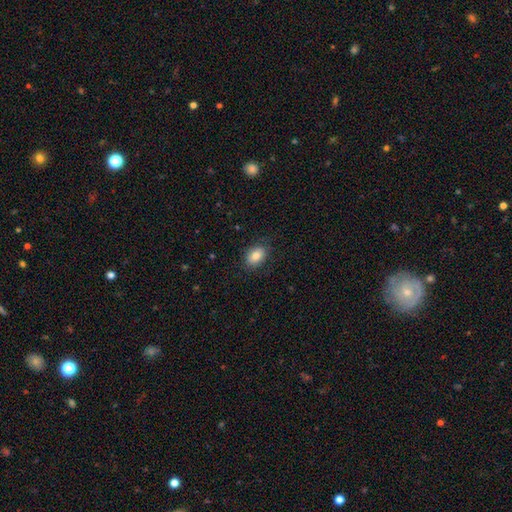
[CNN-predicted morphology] Smooth or featured? smooth (85%)
How rounded? in between (82%)
Merging? none (83%)